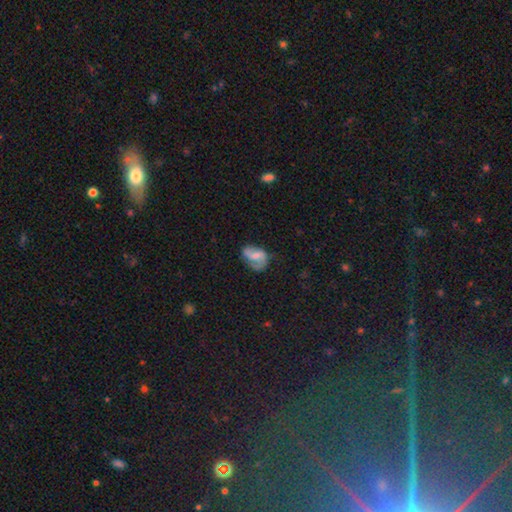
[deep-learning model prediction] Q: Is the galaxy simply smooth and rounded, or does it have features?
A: featured or disk — 57%.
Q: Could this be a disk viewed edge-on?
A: no — 97%.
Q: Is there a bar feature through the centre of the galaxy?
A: weak — 44%.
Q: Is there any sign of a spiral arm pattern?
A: yes — 82%.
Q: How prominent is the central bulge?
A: small — 36%, tied with moderate.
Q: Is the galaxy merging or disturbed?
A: none — 48%.